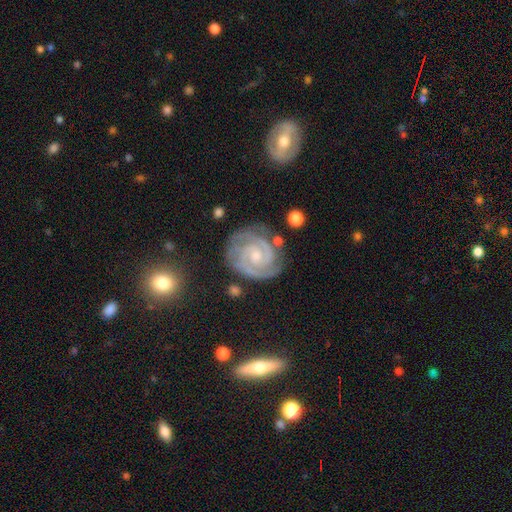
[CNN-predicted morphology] Smooth or featured: featured or disk — 91% (star or artifact — 5%)
Edge-on disk: no — 98% (yes — 2%)
Bar: no — 57% (weak — 34%)
Spiral arms: yes — 98% (no — 2%)
Spiral winding: tight — 74% (medium — 23%)
Spiral arm count: 2 — 75% (3 — 14%)
Bulge size: small — 62% (moderate — 29%)
Merging: none — 76% (minor disturbance — 16%)